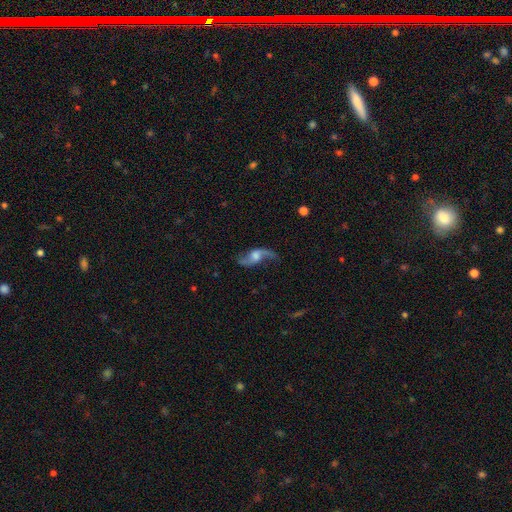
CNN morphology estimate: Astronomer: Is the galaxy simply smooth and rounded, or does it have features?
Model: featured or disk — 83%.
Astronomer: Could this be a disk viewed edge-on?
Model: no — 93%.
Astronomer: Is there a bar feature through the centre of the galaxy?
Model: no — 52% (runner-up: weak, 38%).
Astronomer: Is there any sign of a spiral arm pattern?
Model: yes — 94%.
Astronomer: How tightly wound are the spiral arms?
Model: loose — 86%.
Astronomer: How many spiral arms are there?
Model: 2 — 90%.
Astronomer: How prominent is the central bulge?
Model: moderate — 47% (runner-up: small, 23%).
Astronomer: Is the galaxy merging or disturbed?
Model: none — 66%.